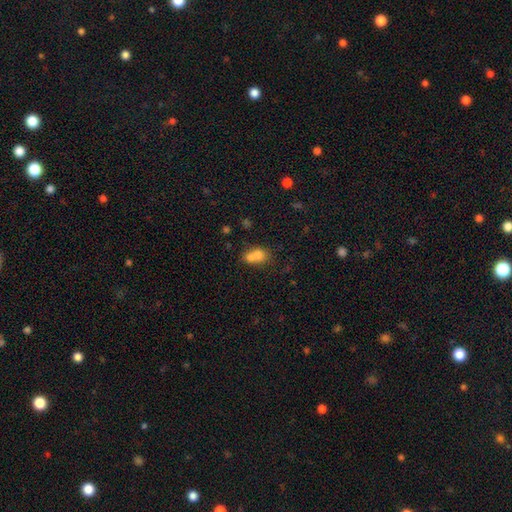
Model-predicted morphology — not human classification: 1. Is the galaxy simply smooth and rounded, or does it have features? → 73% smooth, 16% featured or disk, 11% star or artifact.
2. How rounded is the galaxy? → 53% round, 45% in between, 2% cigar-shaped.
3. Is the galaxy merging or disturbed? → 65% merger, 24% none, 7% minor disturbance, 4% major disturbance.